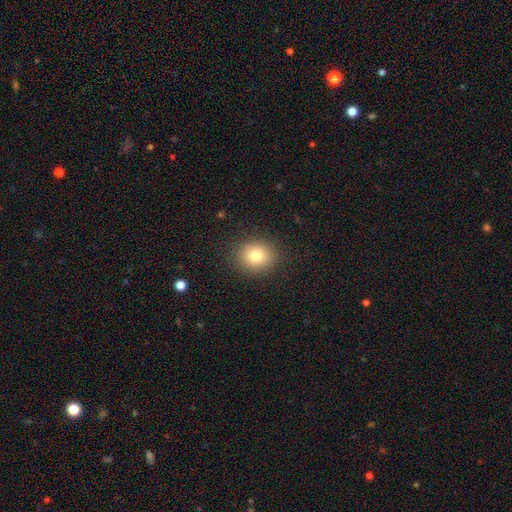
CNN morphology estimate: This is likely a smooth galaxy (79%). How rounded: likely round (73%). Merging: clearly none (89%).